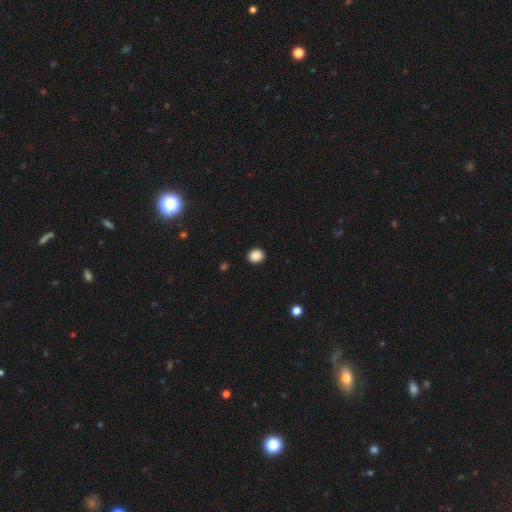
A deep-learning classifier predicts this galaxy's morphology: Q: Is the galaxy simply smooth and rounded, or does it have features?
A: smooth — 88%.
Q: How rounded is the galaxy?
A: round — 74%.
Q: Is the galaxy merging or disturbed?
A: none — 92%.